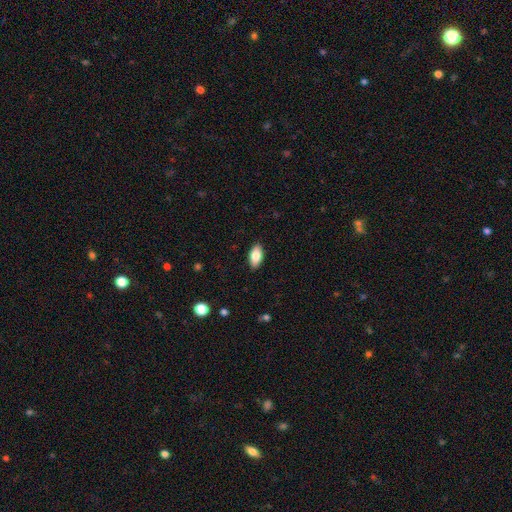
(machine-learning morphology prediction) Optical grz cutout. It shows a smooth galaxy with no disk features (84%) that is in between round and cigar-shaped (91%). Merging: none (89%).